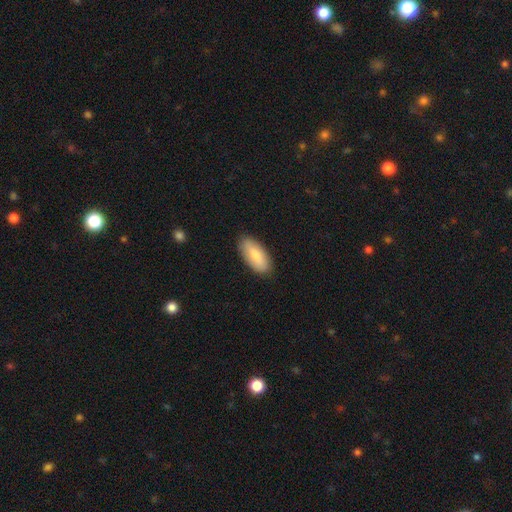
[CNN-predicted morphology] Overall: smooth (80%). How rounded: in between (88%). Merging: none (87%).